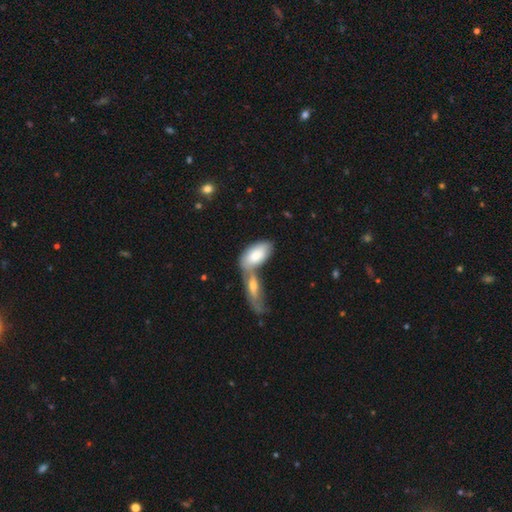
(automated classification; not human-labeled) Q: Smooth or featured?
A: smooth (76%); runner-up: featured or disk (19%)
Q: How rounded?
A: in between (90%); runner-up: cigar-shaped (7%)
Q: Merging?
A: merger (58%); runner-up: none (28%)